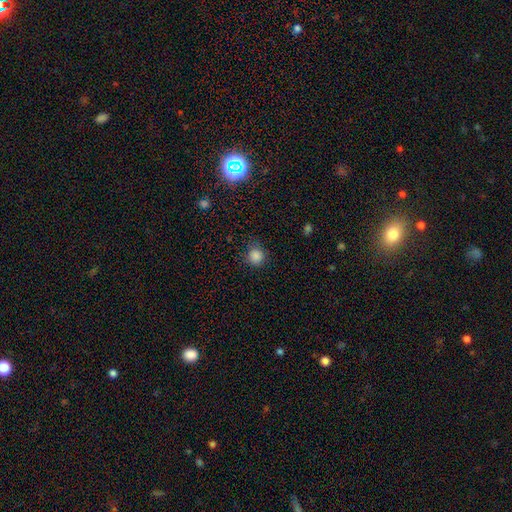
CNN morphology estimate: smooth-or-featured: smooth: 85% | star or artifact: 12% | featured or disk: 3%
  how-rounded: round: 90% | in between: 9% | cigar-shaped: 1%
  merging: none: 80% | minor disturbance: 15% | major disturbance: 4% | merger: 1%